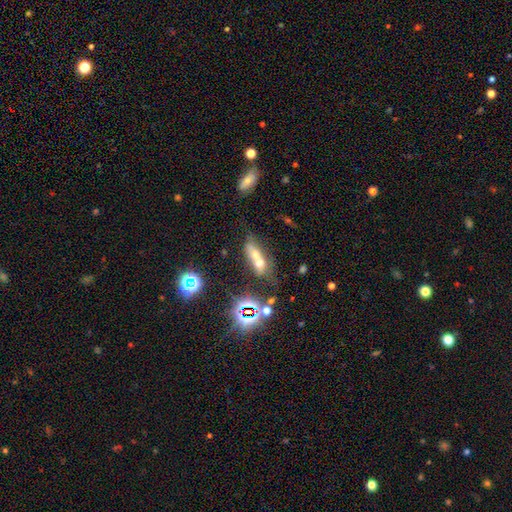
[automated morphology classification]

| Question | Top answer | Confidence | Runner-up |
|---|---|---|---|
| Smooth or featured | smooth | 44% | featured or disk (29%) |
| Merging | merger | 59% | none (25%) |